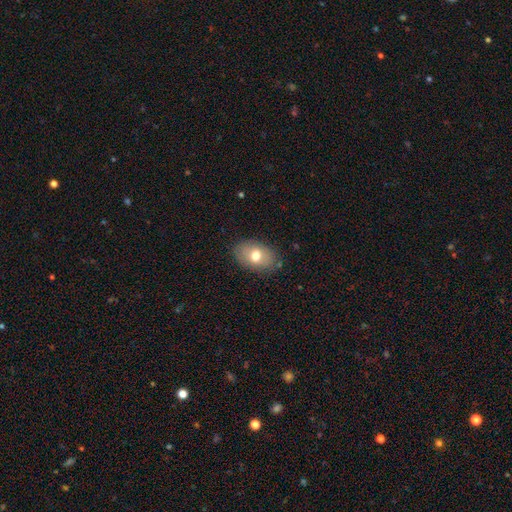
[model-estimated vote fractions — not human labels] The model was most divided on "smooth or featured": smooth: 72%, featured or disk: 20%, star or artifact: 8%. More confident: how rounded — in between (86%); merging — none (83%).